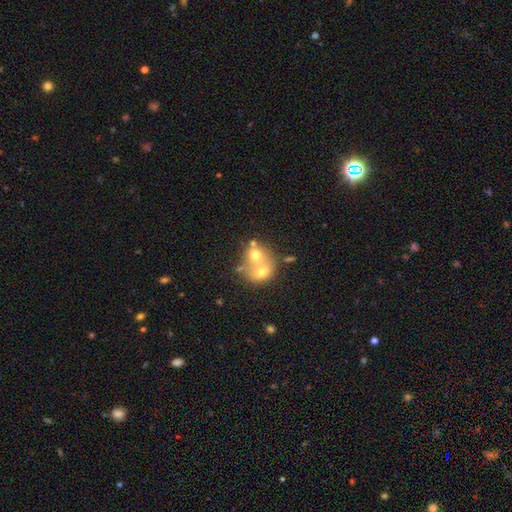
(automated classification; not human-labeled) smooth_or_featured: smooth (p=0.54) [alt: featured or disk p=0.31]
how_rounded: round (p=0.71) [alt: in between p=0.28]
merging: merger (p=0.64) [alt: none p=0.26]